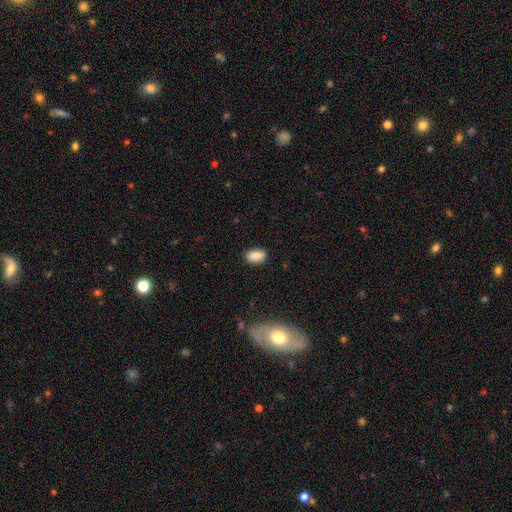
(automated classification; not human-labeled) Smooth or featured?
  - smooth: 87% *
  - star or artifact: 8%
  - featured or disk: 5%
How rounded?
  - in between: 91% *
  - round: 7%
  - cigar-shaped: 3%
Merging?
  - none: 86% *
  - minor disturbance: 10%
  - major disturbance: 2%
  - merger: 1%